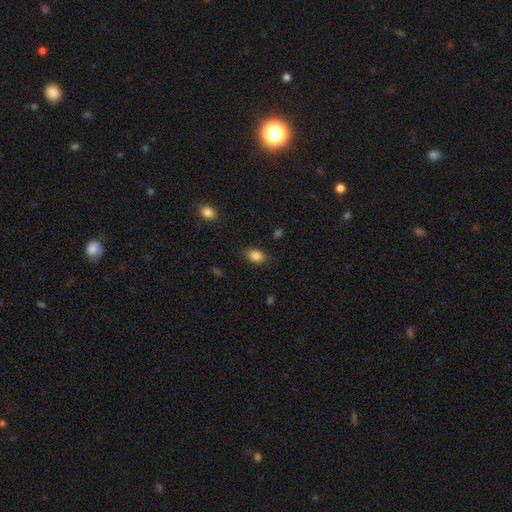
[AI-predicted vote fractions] A smooth galaxy with no disk features (84%) that is in between round and cigar-shaped (86%). Merging: none (84%).